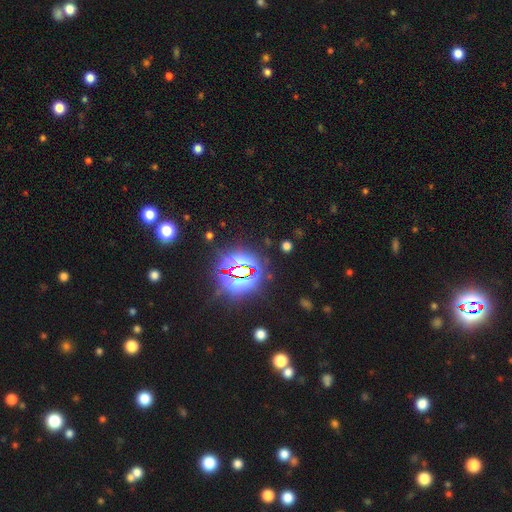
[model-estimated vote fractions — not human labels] This is clearly a star or artifact rather than a galaxy (83%).